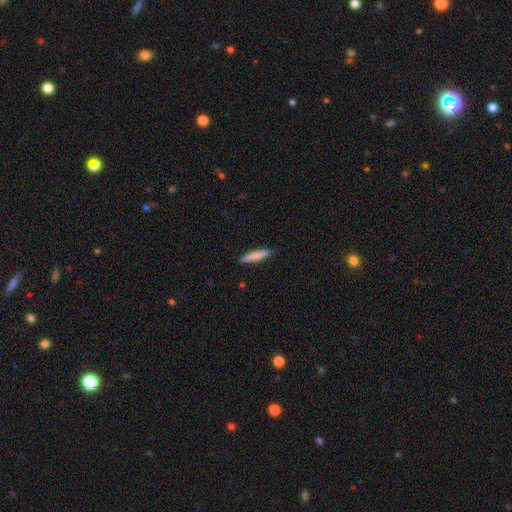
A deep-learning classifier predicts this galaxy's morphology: smooth_or_featured: smooth (p=0.81) [alt: featured or disk p=0.13]
how_rounded: cigar-shaped (p=0.88) [alt: in between p=0.11]
merging: none (p=0.86) [alt: minor disturbance p=0.11]